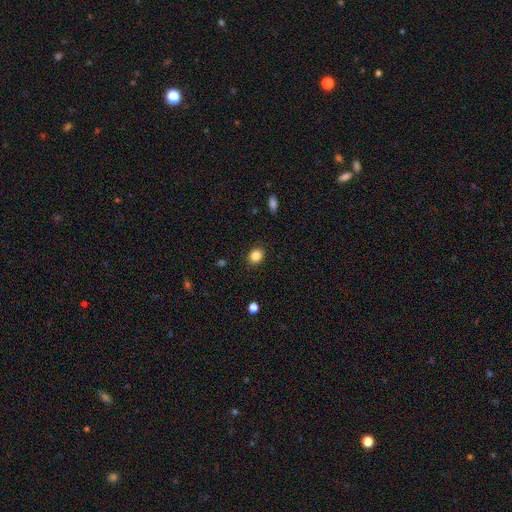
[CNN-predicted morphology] This appears to be a smooth galaxy with no disk features (85%) that is round (58%). Merging: none (88%).